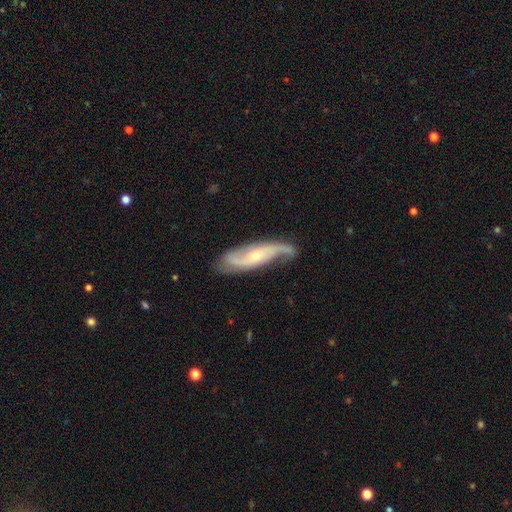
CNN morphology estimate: featured or disk 80%, smooth 15%, star or artifact 5%. Down the decision tree: edge-on disk — no (83%); bar — no (54%); spiral arms — yes (94%); spiral arm count — 2 (86%); spiral winding — loose (55%); bulge size — small (55%); merging — none (67%).